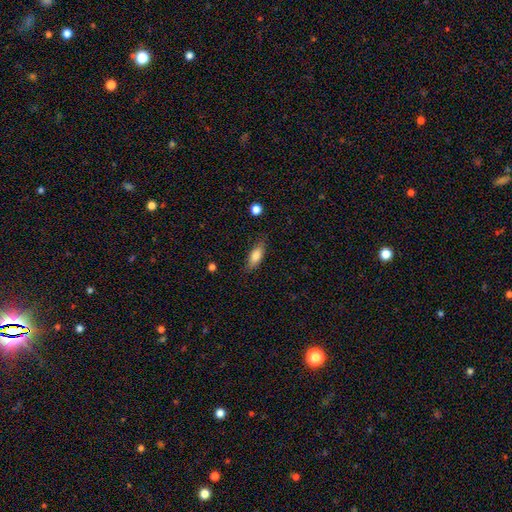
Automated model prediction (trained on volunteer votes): Smooth or featured? Predicted: smooth (p=0.80). How rounded? Predicted: in between (p=0.74). Merging? Predicted: none (p=0.81).